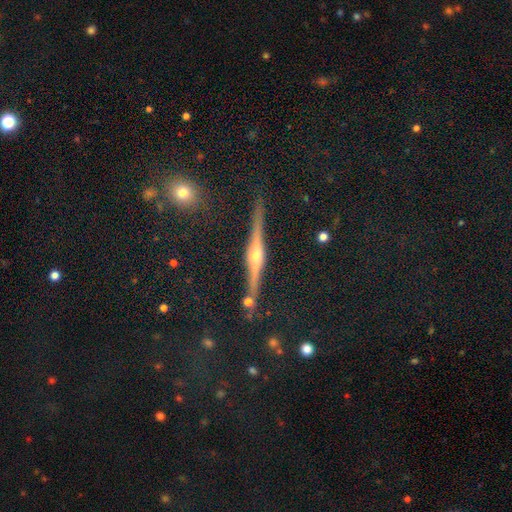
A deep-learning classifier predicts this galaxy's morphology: A featured or disk galaxy (71%) viewed edge-on (96%) with a rounded central bulge (88%).

Vote fractions:
- Smooth or featured? featured or disk: 71% / star or artifact: 17% / smooth: 12%
- Edge-on disk? yes: 96% / no: 4%
- Edge-on bulge? rounded: 88% / boxy: 6% / none: 6%
- Merging? none: 89% / minor disturbance: 7% / merger: 2% / major disturbance: 2%